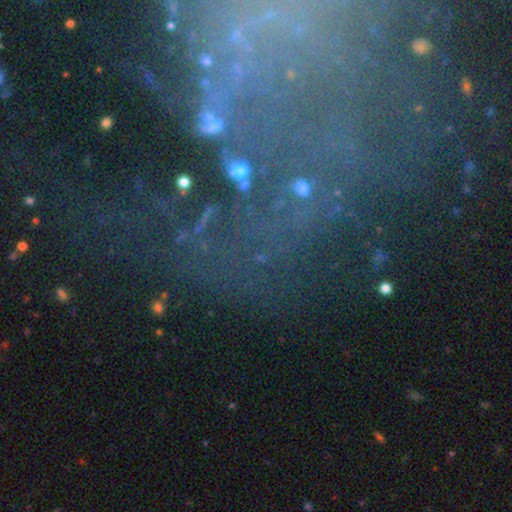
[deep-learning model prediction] Smooth or featured? Predicted: star or artifact (p=0.45).